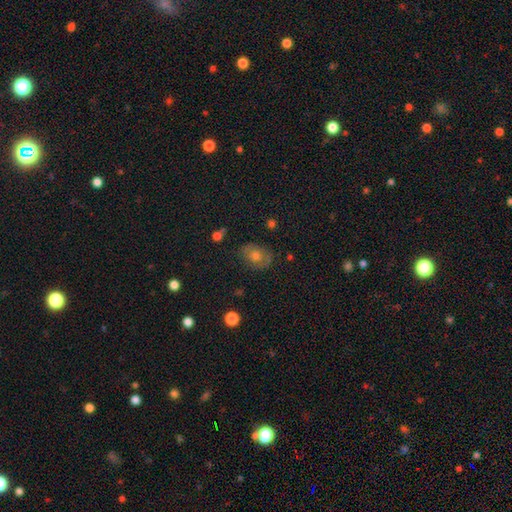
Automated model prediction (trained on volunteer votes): Smooth or featured: smooth — 60% (featured or disk — 27%)
How rounded: in between — 65% (round — 34%)
Merging: none — 73% (minor disturbance — 19%)